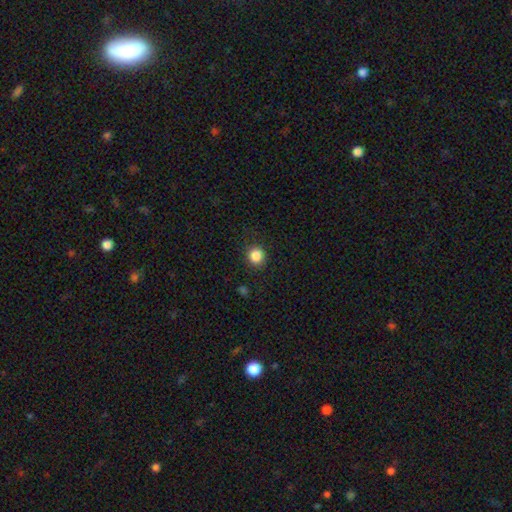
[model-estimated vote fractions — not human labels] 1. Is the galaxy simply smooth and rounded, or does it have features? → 86% smooth, 10% star or artifact, 3% featured or disk.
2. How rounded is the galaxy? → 91% round, 9% in between, 1% cigar-shaped.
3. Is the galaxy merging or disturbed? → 88% none, 8% minor disturbance, 3% major disturbance, 1% merger.